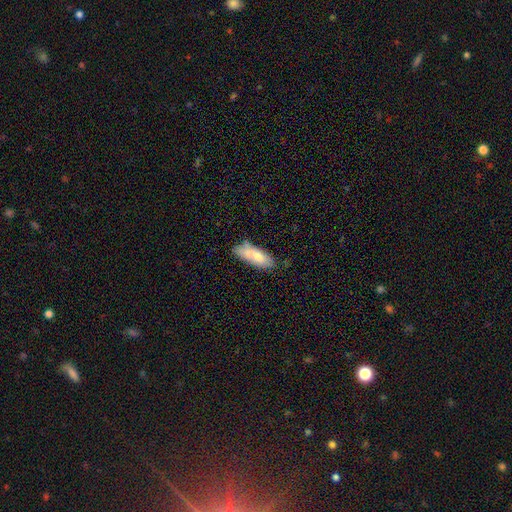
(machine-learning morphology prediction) Q: Smooth or featured?
A: smooth (75%); runner-up: featured or disk (18%)
Q: How rounded?
A: in between (68%); runner-up: cigar-shaped (30%)
Q: Merging?
A: none (58%); runner-up: minor disturbance (26%)